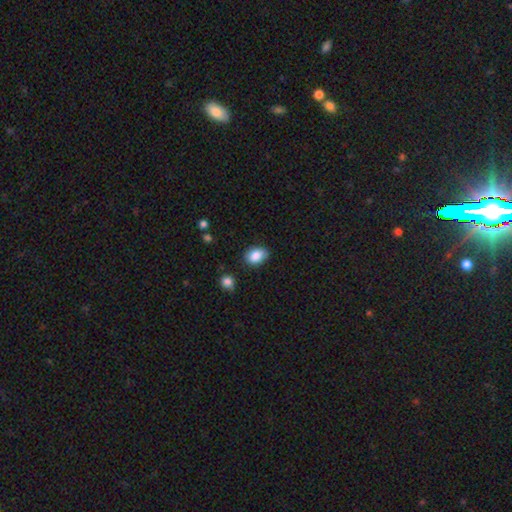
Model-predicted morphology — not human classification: smooth_or_featured: smooth (p=0.86) [alt: star or artifact p=0.08]
how_rounded: in between (p=0.77) [alt: round p=0.22]
merging: none (p=0.75) [alt: minor disturbance p=0.19]